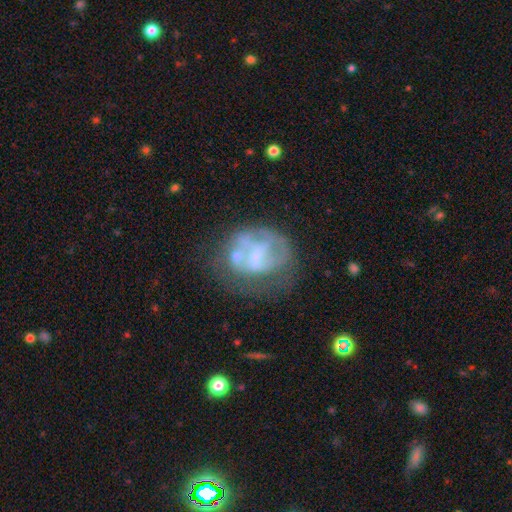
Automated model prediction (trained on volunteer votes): Q: Smooth or featured?
A: featured or disk (59%); runner-up: smooth (30%)
Q: Edge-on disk?
A: no (97%); runner-up: yes (3%)
Q: Bar?
A: no (54%); runner-up: weak (34%)
Q: Spiral arms?
A: no (68%); runner-up: yes (32%)
Q: Bulge size?
A: small (35%); runner-up: none (33%)
Q: Merging?
A: none (37%); runner-up: major disturbance (29%)